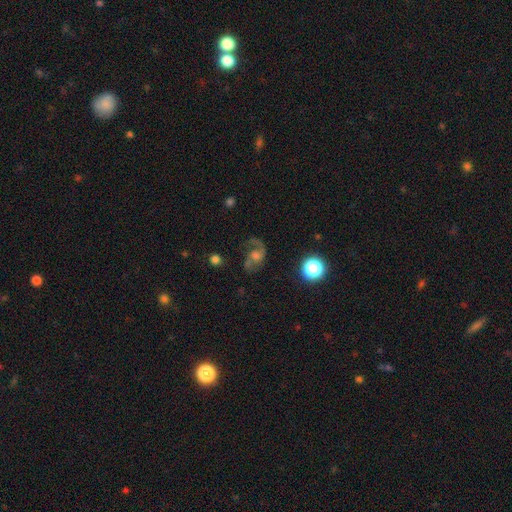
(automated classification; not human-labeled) Smooth or featured: featured or disk — 69% (smooth — 18%)
Edge-on disk: no — 97% (yes — 3%)
Bar: no — 63% (weak — 31%)
Spiral arms: yes — 91% (no — 9%)
Spiral winding: loose — 49% (medium — 41%)
Spiral arm count: 2 — 68% (1 — 24%)
Bulge size: moderate — 44% (small — 24%)
Merging: none — 53% (major disturbance — 25%)